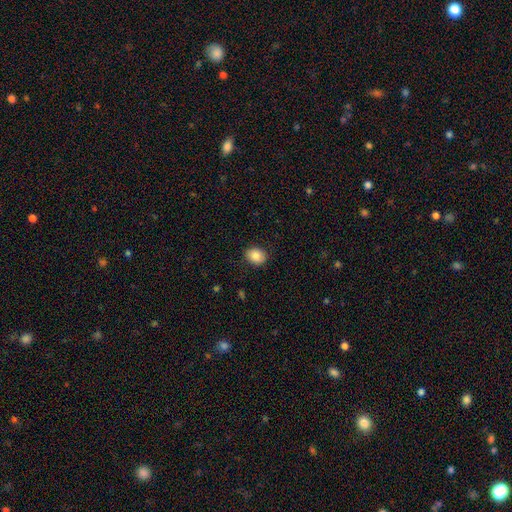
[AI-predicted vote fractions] This is clearly a smooth galaxy (85%). How rounded: possibly in between (54%). Merging: clearly none (88%).